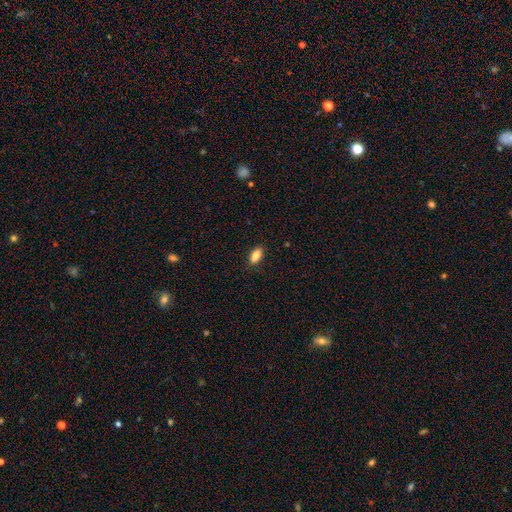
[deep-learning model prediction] smooth-or-featured: smooth: 87% | star or artifact: 8% | featured or disk: 5%
  how-rounded: in between: 87% | cigar-shaped: 10% | round: 3%
  merging: none: 88% | minor disturbance: 9% | major disturbance: 2% | merger: 1%